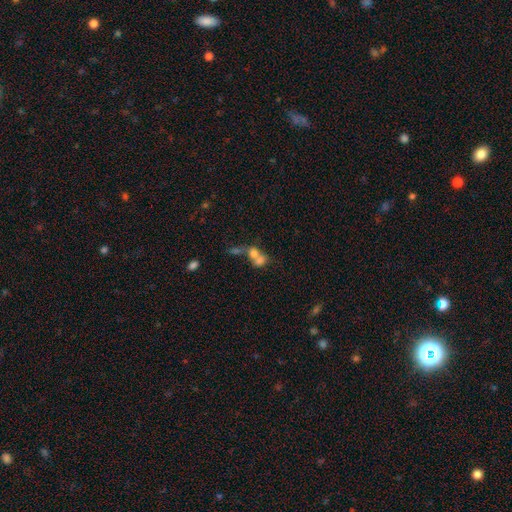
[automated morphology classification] Q: Smooth or featured?
A: smooth (66%); runner-up: featured or disk (21%)
Q: How rounded?
A: round (50%); runner-up: in between (47%)
Q: Merging?
A: merger (70%); runner-up: none (18%)